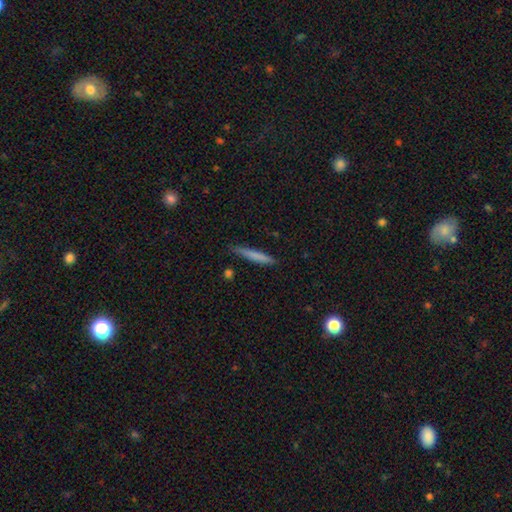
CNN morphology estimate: Smooth or featured? Predicted: smooth (p=0.75). How rounded? Predicted: cigar-shaped (p=0.94). Merging? Predicted: none (p=0.83).